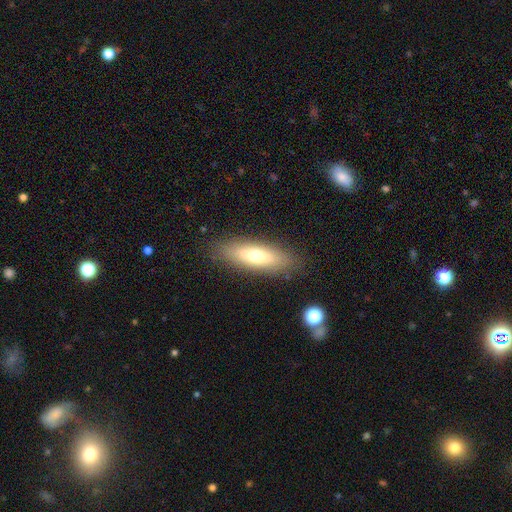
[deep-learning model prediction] smooth 65%, featured or disk 28%, star or artifact 7%. Down the decision tree: how rounded — in between (52%); merging — none (86%).